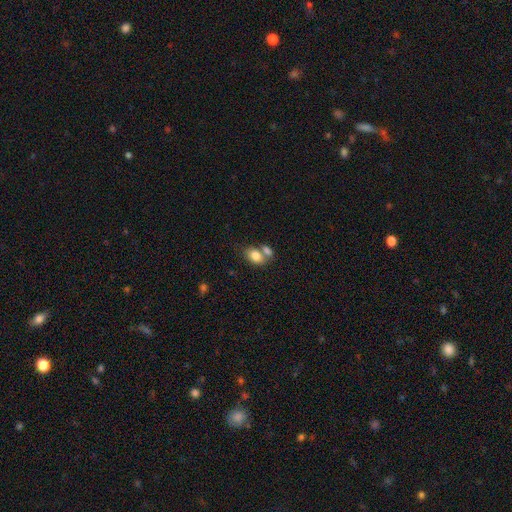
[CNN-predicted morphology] This appears to be a smooth galaxy with no disk features (80%) that is in between round and cigar-shaped (82%). Merging: merger (46%).